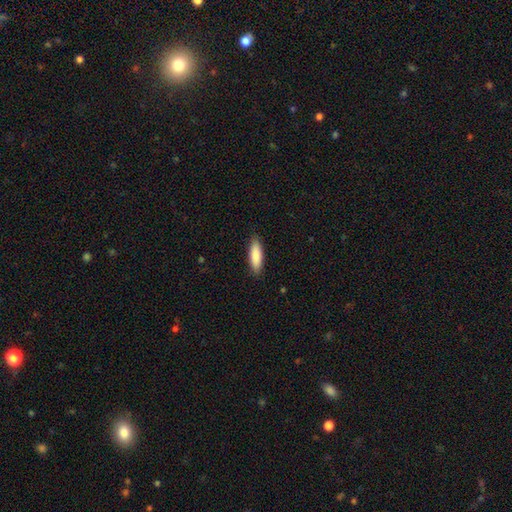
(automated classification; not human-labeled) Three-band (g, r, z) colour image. It shows a smooth galaxy with no disk features (86%) that is cigar-shaped (53%). Merging: none (88%).